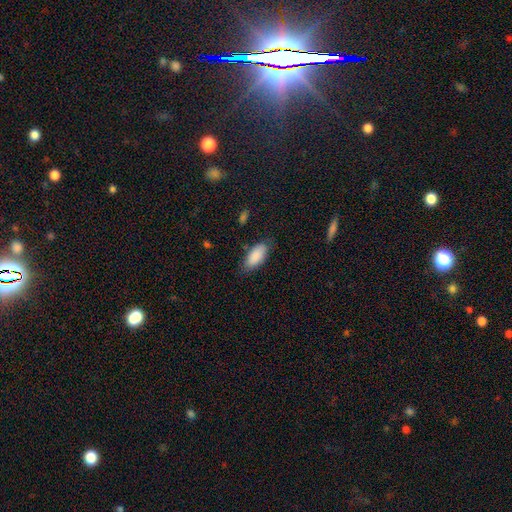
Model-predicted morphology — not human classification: This appears to be a smooth galaxy with no disk features (89%) that is in between round and cigar-shaped (88%). Merging: none (78%).